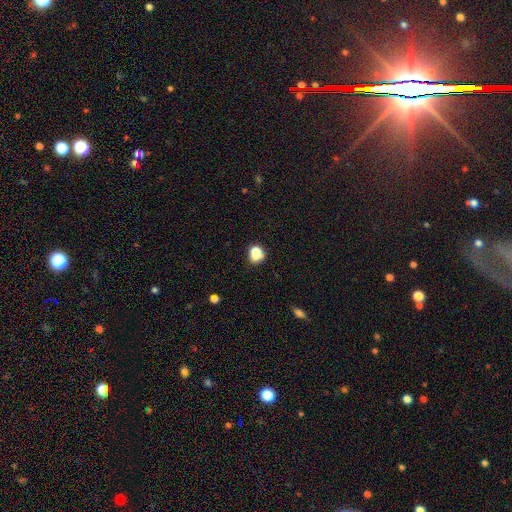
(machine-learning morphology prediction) Smooth or featured: smooth — 73% (star or artifact — 15%)
How rounded: round — 62% (in between — 37%)
Merging: none — 51% (minor disturbance — 20%)